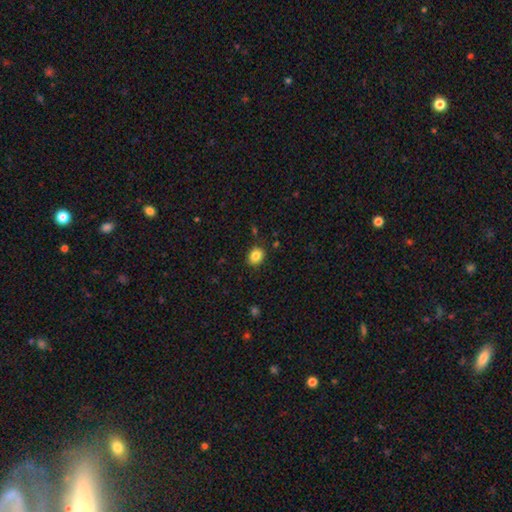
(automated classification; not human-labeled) smooth-or-featured: smooth: 84% | star or artifact: 10% | featured or disk: 6%
  how-rounded: round: 61% | in between: 39% | cigar-shaped: 1%
  merging: none: 87% | minor disturbance: 9% | major disturbance: 2% | merger: 2%